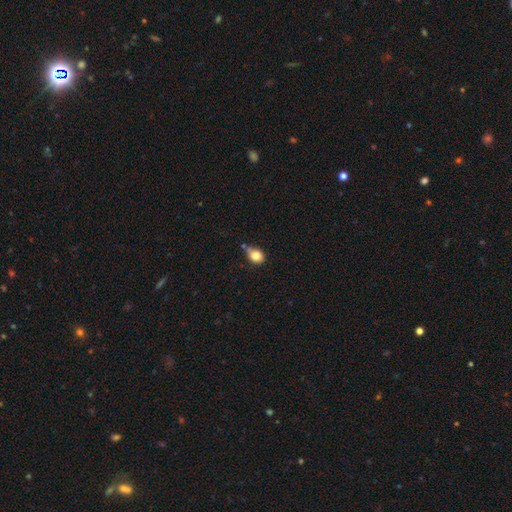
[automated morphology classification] Overall: smooth (82%). How rounded: round (59%; in between 40%). Merging: none (47%; minor disturbance 30%).